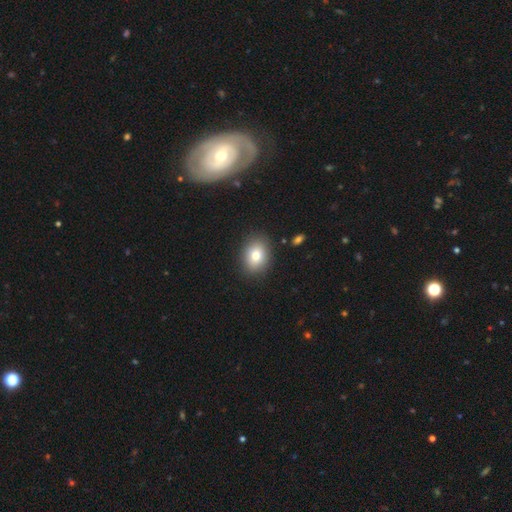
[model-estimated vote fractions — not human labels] smooth-or-featured: smooth: 78% | featured or disk: 12% | star or artifact: 10%
  how-rounded: in between: 55% | round: 45% | cigar-shaped: 1%
  merging: none: 87% | minor disturbance: 8% | major disturbance: 3% | merger: 2%